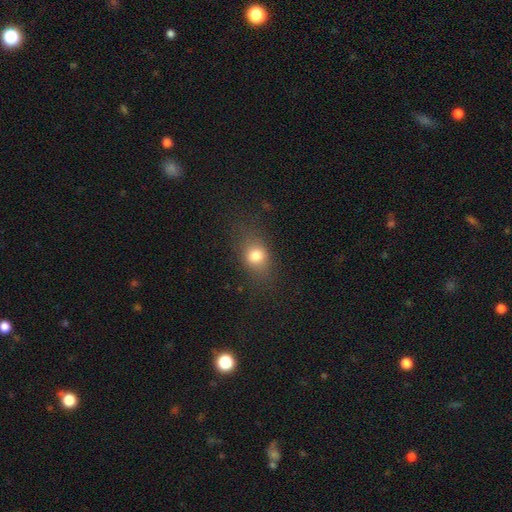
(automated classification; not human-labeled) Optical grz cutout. It shows a smooth galaxy with no disk features (75%) that is in between round and cigar-shaped (58%). Merging: none (74%).